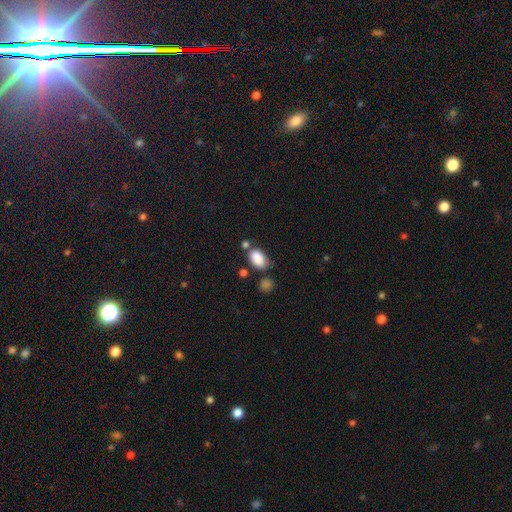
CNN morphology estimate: smooth-or-featured: smooth: 87% | star or artifact: 8% | featured or disk: 5%
  how-rounded: in between: 90% | round: 8% | cigar-shaped: 2%
  merging: none: 59% | minor disturbance: 20% | merger: 16% | major disturbance: 6%